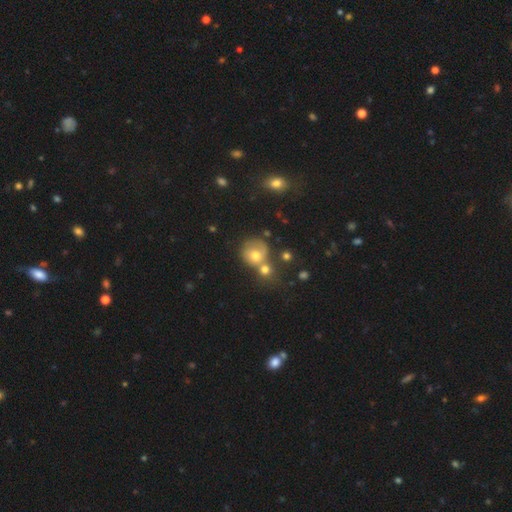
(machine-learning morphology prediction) Q: Smooth or featured?
A: smooth (62%); runner-up: featured or disk (23%)
Q: How rounded?
A: round (79%); runner-up: in between (19%)
Q: Merging?
A: none (39%); runner-up: merger (37%)